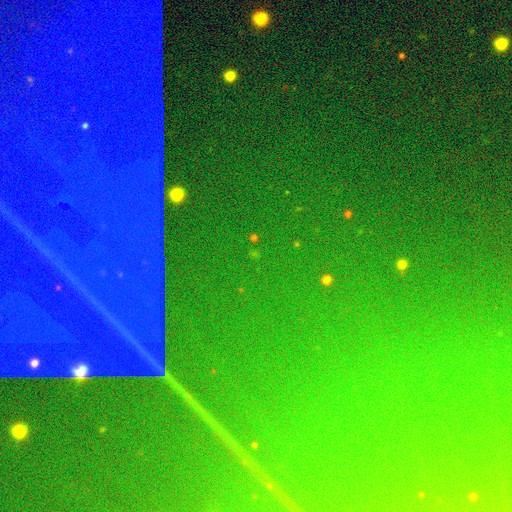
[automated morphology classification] smooth-or-featured: star or artifact: 88% | featured or disk: 6% | smooth: 5%